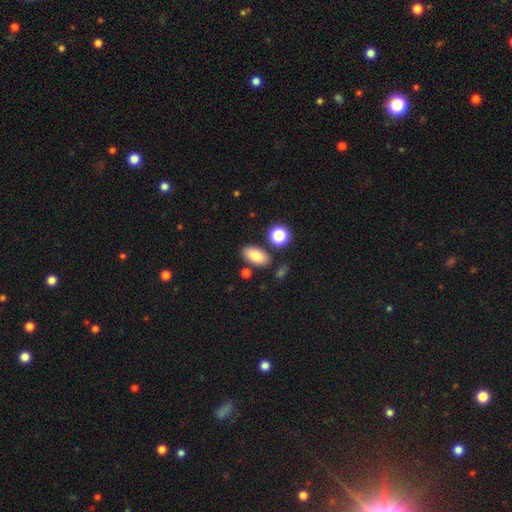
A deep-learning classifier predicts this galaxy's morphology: The model was most divided on "merging": none: 81%, minor disturbance: 10%, merger: 7%, major disturbance: 3%. More confident: how rounded — in between (91%); smooth or featured — smooth (81%).